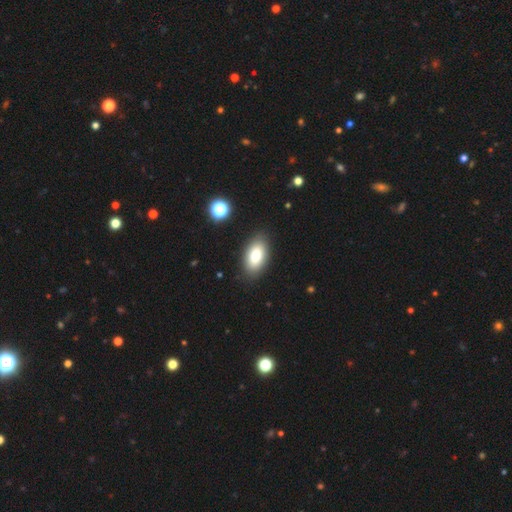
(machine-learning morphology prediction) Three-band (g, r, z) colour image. It shows a smooth galaxy with no disk features (80%) that is in between round and cigar-shaped (93%). Merging: none (87%).